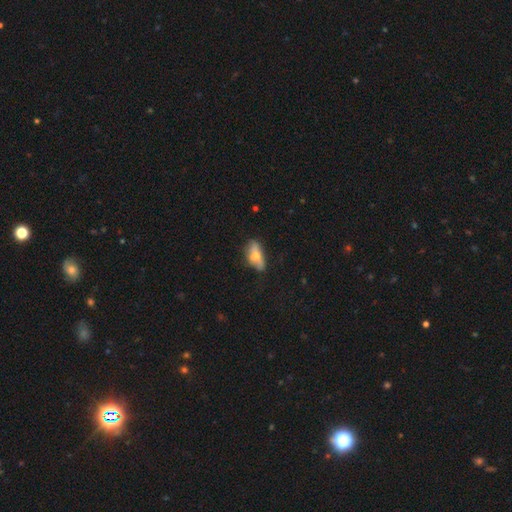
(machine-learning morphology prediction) Overall: smooth (57%; featured or disk 35%). How rounded: in between (81%). Merging: none (56%; minor disturbance 28%).